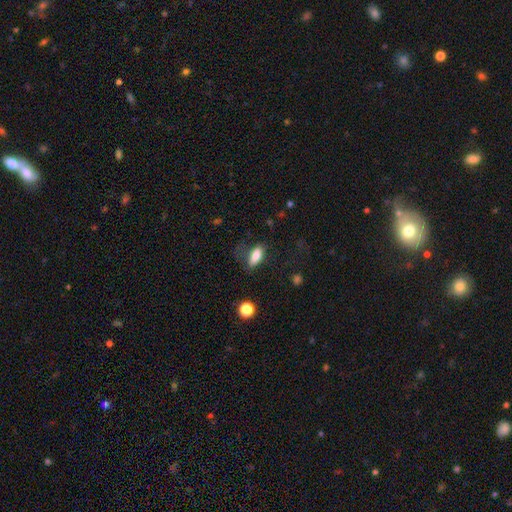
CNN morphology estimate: A smooth galaxy with no disk features (78%) that is in between round and cigar-shaped (74%).

Vote fractions:
- Smooth or featured? smooth: 78% / featured or disk: 13% / star or artifact: 8%
- How rounded? in between: 74% / cigar-shaped: 22% / round: 4%
- Merging? none: 58% / minor disturbance: 24% / major disturbance: 16% / merger: 2%